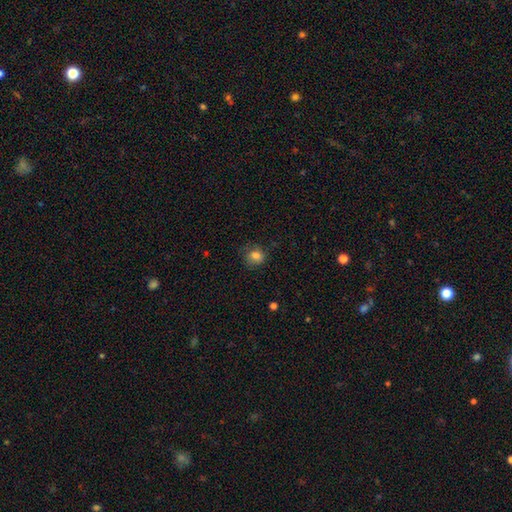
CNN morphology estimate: A smooth galaxy with no disk features (81%) that is round (71%).

Vote fractions:
- Smooth or featured? smooth: 81% / star or artifact: 11% / featured or disk: 7%
- How rounded? round: 71% / in between: 28% / cigar-shaped: 1%
- Merging? none: 73% / minor disturbance: 19% / major disturbance: 7% / merger: 1%